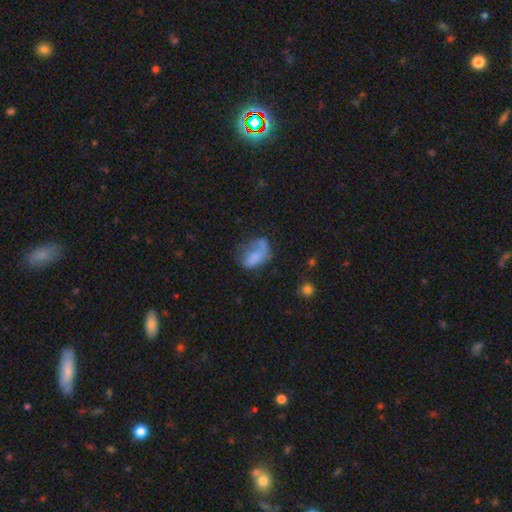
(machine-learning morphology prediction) smooth 59%, featured or disk 30%, star or artifact 11%. Down the decision tree: how rounded — in between (84%); merging — major disturbance (36%).